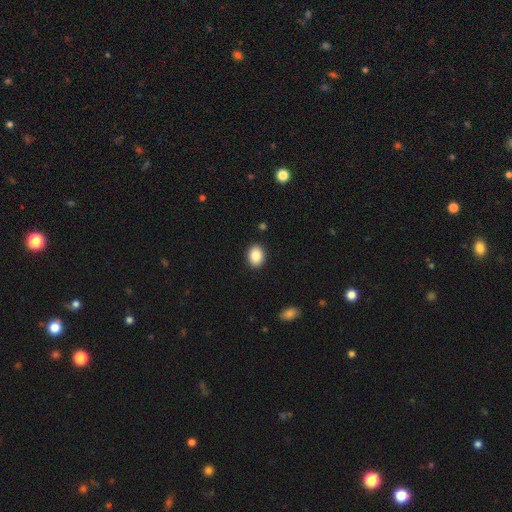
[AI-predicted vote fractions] A smooth galaxy with no disk features (87%) that is in between round and cigar-shaped (63%).

Vote fractions:
- Smooth or featured? smooth: 87% / star or artifact: 8% / featured or disk: 5%
- How rounded? in between: 63% / round: 36% / cigar-shaped: 1%
- Merging? none: 90% / minor disturbance: 7% / major disturbance: 2% / merger: 1%